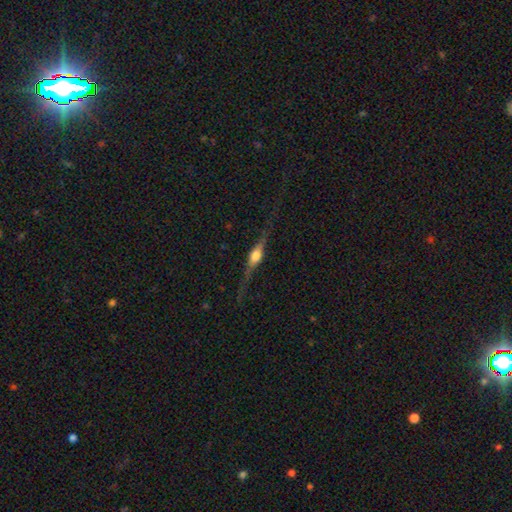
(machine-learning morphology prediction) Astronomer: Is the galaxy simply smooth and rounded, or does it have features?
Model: featured or disk — 75%.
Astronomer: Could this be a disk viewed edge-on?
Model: yes — 95%.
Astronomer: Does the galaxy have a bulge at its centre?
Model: rounded — 91%.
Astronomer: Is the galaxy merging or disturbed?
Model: none — 76%.